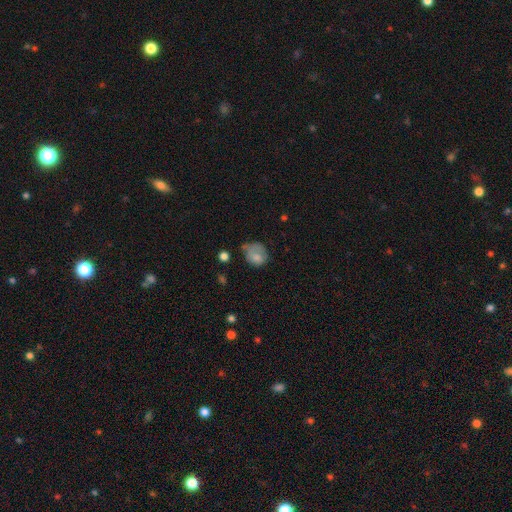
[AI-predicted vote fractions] Smooth or featured: smooth — 71% (featured or disk — 20%)
How rounded: round — 50% (in between — 49%)
Merging: minor disturbance — 34% (none — 32%)